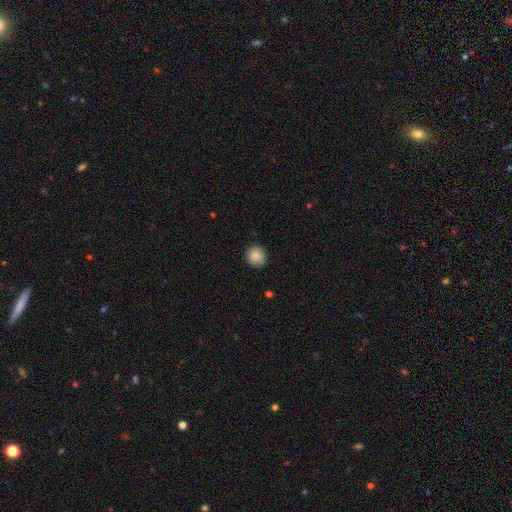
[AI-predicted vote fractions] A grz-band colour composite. It shows a smooth galaxy with no disk features (87%) that is round (92%). Merging: none (87%).